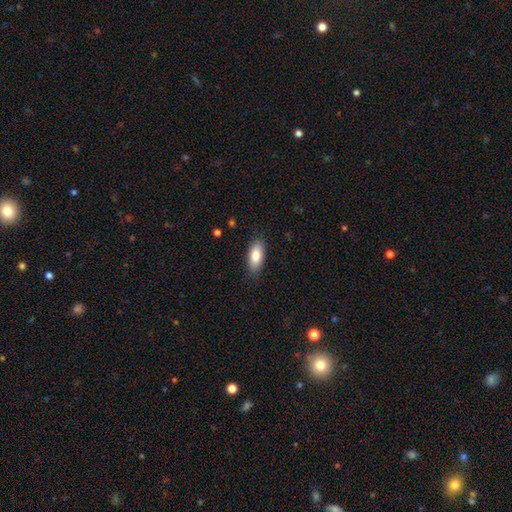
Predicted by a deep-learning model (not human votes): Smooth or featured? smooth (84%)
How rounded? in between (87%)
Merging? none (85%)